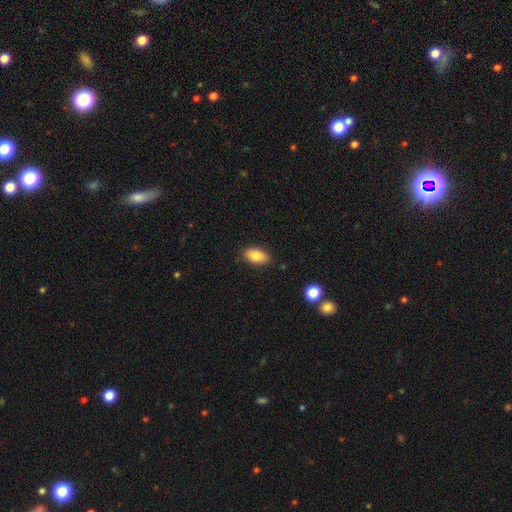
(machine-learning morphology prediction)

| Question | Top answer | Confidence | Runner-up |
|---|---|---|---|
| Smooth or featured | smooth | 84% | featured or disk (8%) |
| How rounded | in between | 92% | round (4%) |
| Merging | none | 86% | minor disturbance (10%) |